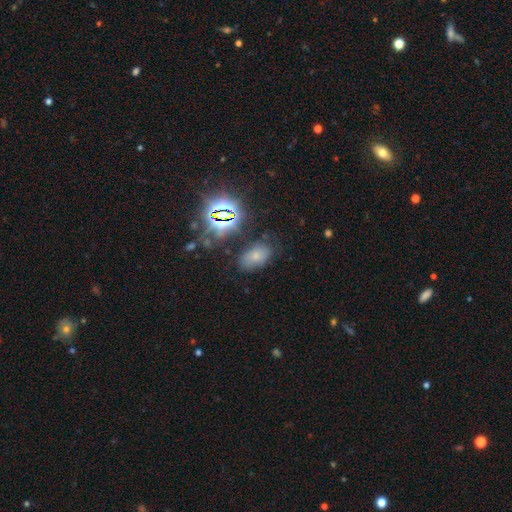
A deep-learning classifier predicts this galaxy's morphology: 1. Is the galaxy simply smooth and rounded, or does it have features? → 59% smooth, 26% star or artifact, 14% featured or disk.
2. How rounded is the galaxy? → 89% in between, 10% round, 2% cigar-shaped.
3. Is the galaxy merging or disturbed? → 73% none, 17% minor disturbance, 6% major disturbance, 4% merger.